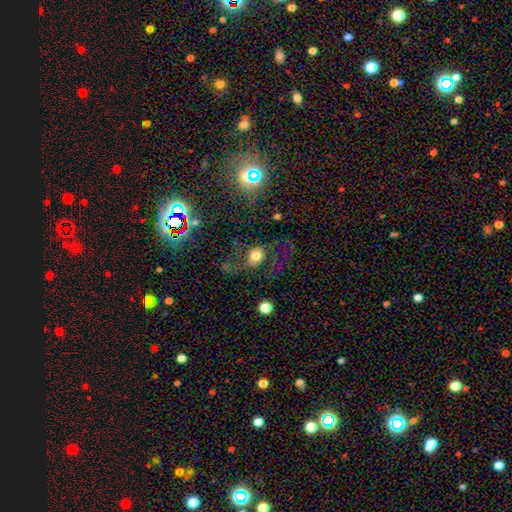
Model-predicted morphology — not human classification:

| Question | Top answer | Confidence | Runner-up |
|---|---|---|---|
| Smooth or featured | featured or disk | 46% | smooth (40%) |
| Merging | none | 51% | major disturbance (29%) |